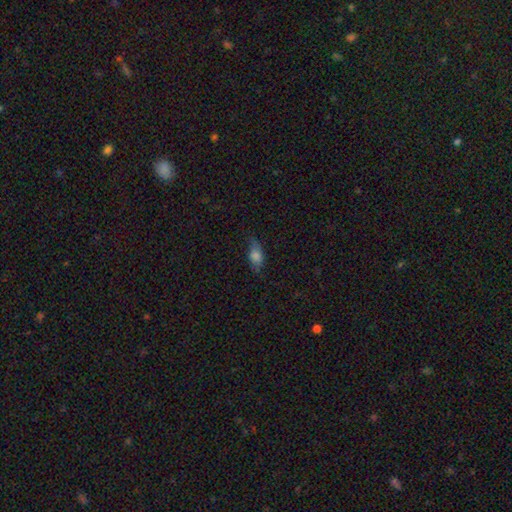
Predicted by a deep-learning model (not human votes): Smooth or featured: smooth — 71% (featured or disk — 20%)
How rounded: in between — 83% (cigar-shaped — 9%)
Merging: none — 60% (minor disturbance — 29%)